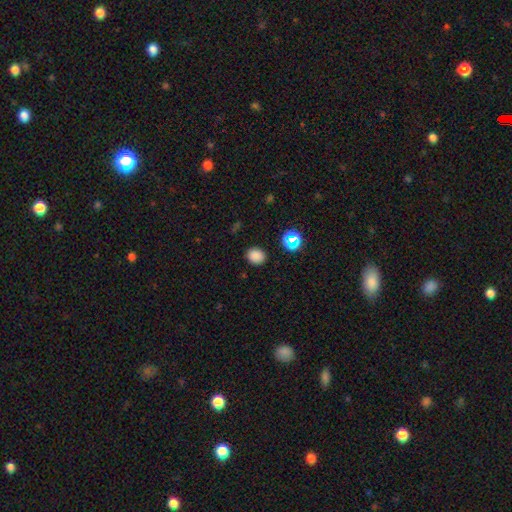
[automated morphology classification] This is clearly a smooth galaxy (81%). How rounded: likely round (66%). Merging: clearly none (88%).